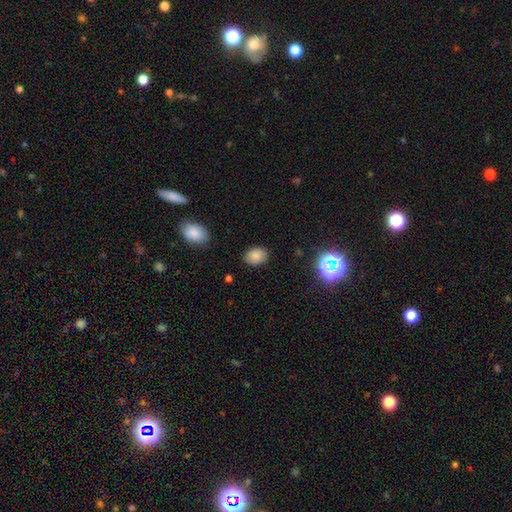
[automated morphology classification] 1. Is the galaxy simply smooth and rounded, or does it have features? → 83% smooth, 11% star or artifact, 6% featured or disk.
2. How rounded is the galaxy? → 75% in between, 24% round, 1% cigar-shaped.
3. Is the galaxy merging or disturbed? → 86% none, 10% minor disturbance, 3% major disturbance, 1% merger.